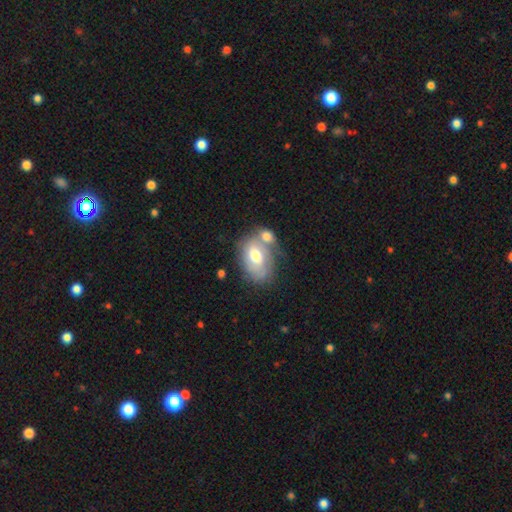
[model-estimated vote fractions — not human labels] Smooth or featured: featured or disk — 47% (smooth — 46%)
Merging: merger — 42% (none — 31%)